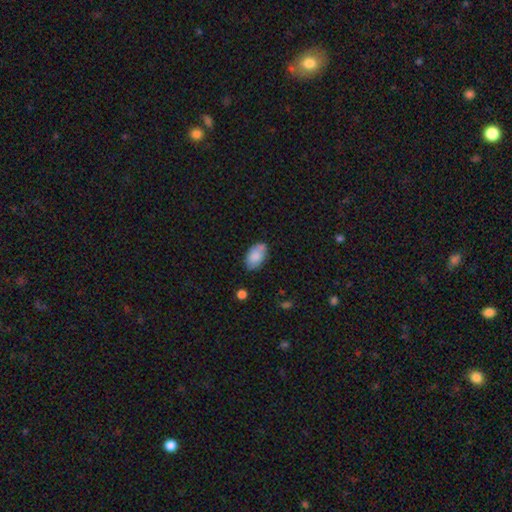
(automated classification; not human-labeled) This is clearly a smooth galaxy (83%). How rounded: clearly in between (93%). Merging: likely none (73%).